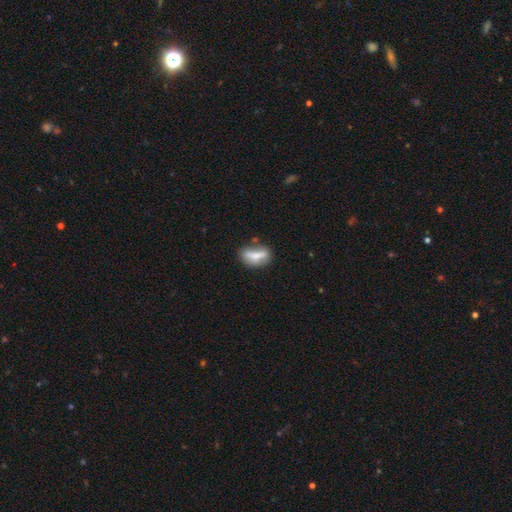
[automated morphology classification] This is likely a smooth galaxy (64%). How rounded: likely in between (65%). Merging: possibly none (59%).